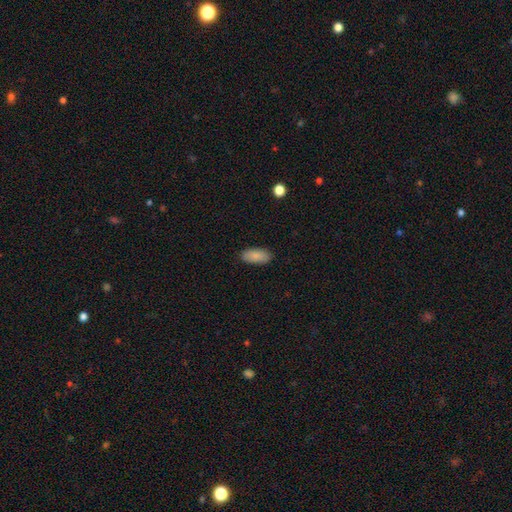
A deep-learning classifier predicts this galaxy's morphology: smooth-or-featured: smooth: 85% | featured or disk: 8% | star or artifact: 7%
  how-rounded: in between: 91% | cigar-shaped: 7% | round: 2%
  merging: none: 88% | minor disturbance: 9% | major disturbance: 2% | merger: 1%